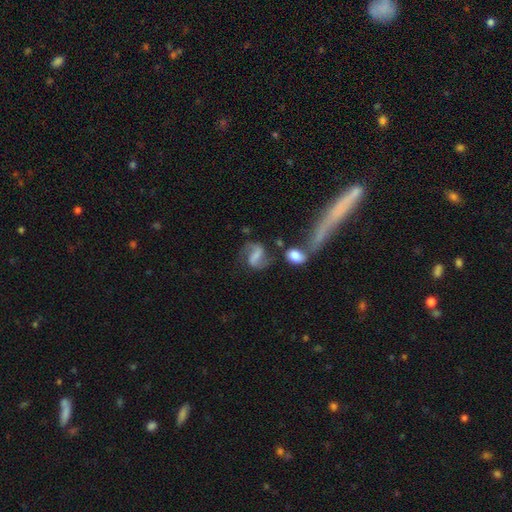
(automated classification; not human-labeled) Smooth or featured? featured or disk (77%)
Edge-on disk? no (97%)
Bar? strong (42%)
Spiral arms? yes (93%)
Spiral winding? loose (47%)
Spiral arm count? 2 (91%)
Bulge size? none (41%)
Merging? none (61%)